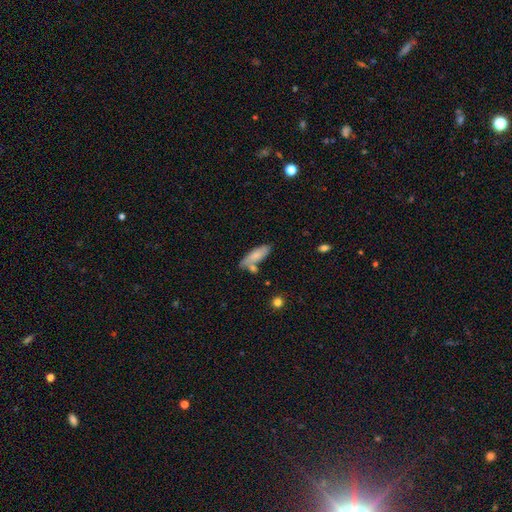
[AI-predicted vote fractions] smooth 77%, featured or disk 17%, star or artifact 6%. Down the decision tree: how rounded — in between (58%); merging — none (60%).